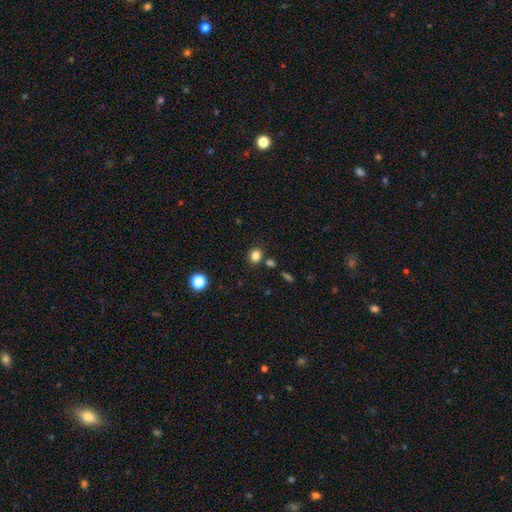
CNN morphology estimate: Q: Smooth or featured?
A: smooth (82%); runner-up: star or artifact (13%)
Q: How rounded?
A: round (69%); runner-up: in between (30%)
Q: Merging?
A: none (81%); runner-up: minor disturbance (9%)